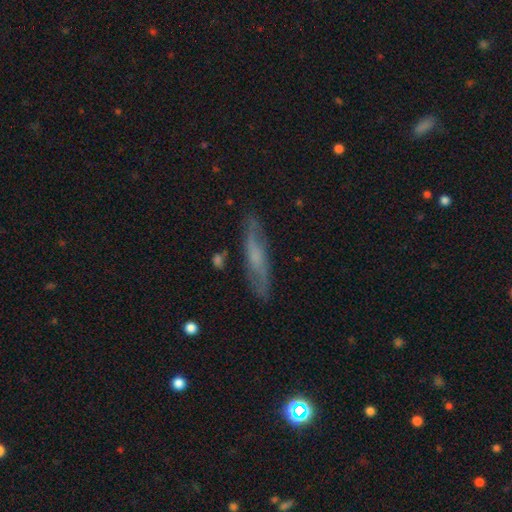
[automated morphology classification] Smooth or featured: featured or disk — 51% (smooth — 41%)
Edge-on disk: yes — 56% (no — 44%)
Merging: none — 79% (minor disturbance — 15%)